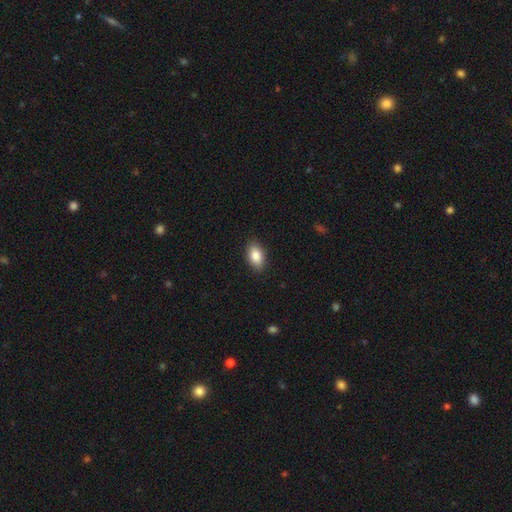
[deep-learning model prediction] Smooth or featured?
  - smooth: 86% *
  - star or artifact: 7%
  - featured or disk: 7%
How rounded?
  - in between: 91% *
  - round: 7%
  - cigar-shaped: 2%
Merging?
  - none: 88% *
  - minor disturbance: 9%
  - major disturbance: 2%
  - merger: 1%